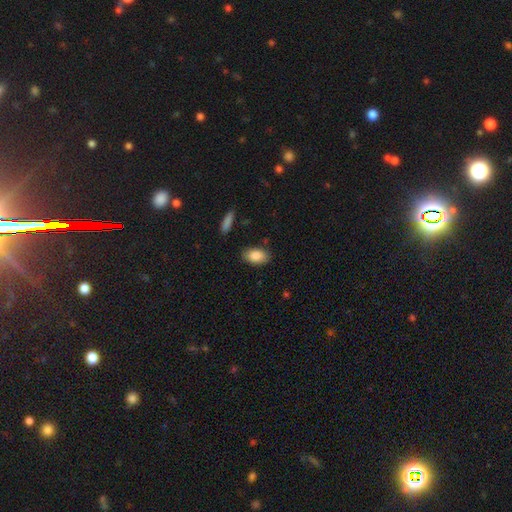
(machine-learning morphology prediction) The model was most divided on "merging": none: 84%, minor disturbance: 11%, major disturbance: 2%, merger: 2%. More confident: how rounded — in between (92%); smooth or featured — smooth (87%).